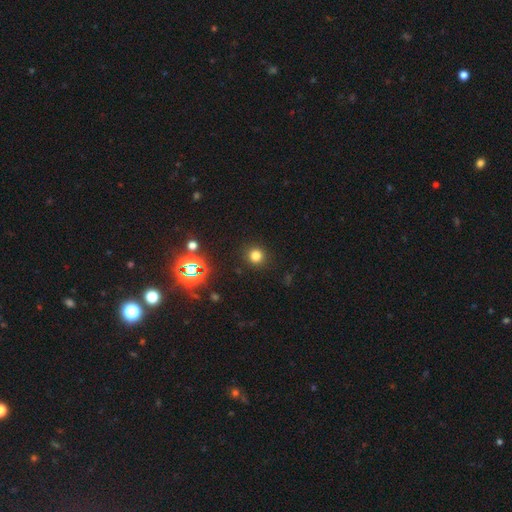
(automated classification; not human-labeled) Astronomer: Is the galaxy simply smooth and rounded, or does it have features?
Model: smooth — 75%.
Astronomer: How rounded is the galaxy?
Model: round — 92%.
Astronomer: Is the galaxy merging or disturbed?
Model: none — 91%.